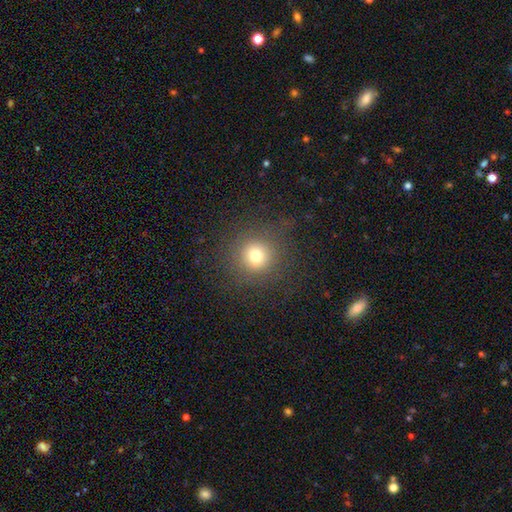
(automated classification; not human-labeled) smooth-or-featured: smooth: 73% | star or artifact: 17% | featured or disk: 10%
  how-rounded: round: 94% | in between: 5% | cigar-shaped: 1%
  merging: none: 85% | minor disturbance: 8% | major disturbance: 6% | merger: 1%